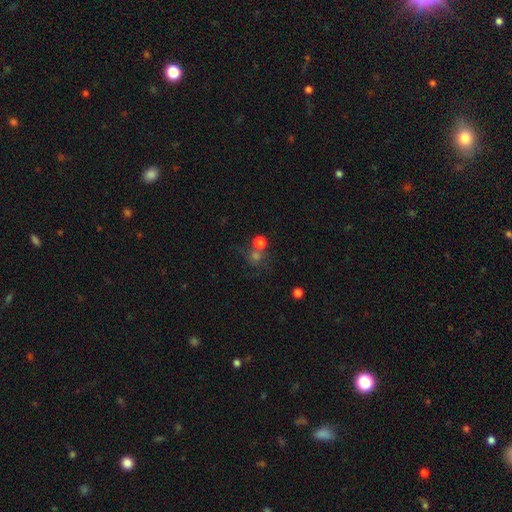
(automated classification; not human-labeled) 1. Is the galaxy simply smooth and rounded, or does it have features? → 53% smooth, 33% star or artifact, 14% featured or disk.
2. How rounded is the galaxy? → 87% round, 12% in between, 1% cigar-shaped.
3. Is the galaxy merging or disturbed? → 56% none, 29% merger, 9% minor disturbance, 6% major disturbance.